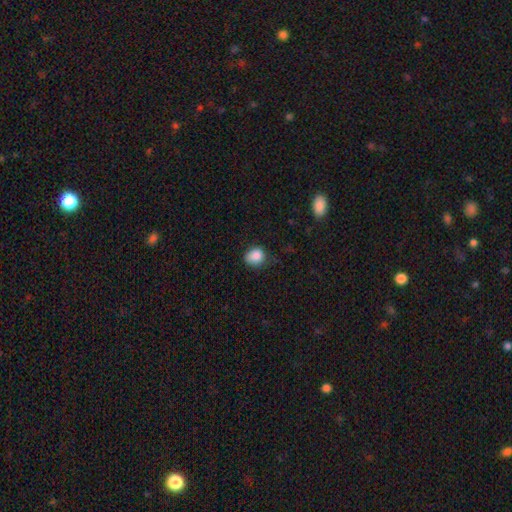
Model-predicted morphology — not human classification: Smooth or featured?
  - smooth: 86% *
  - star or artifact: 9%
  - featured or disk: 5%
How rounded?
  - round: 66% *
  - in between: 33%
  - cigar-shaped: 1%
Merging?
  - none: 66% *
  - minor disturbance: 26%
  - major disturbance: 6%
  - merger: 2%